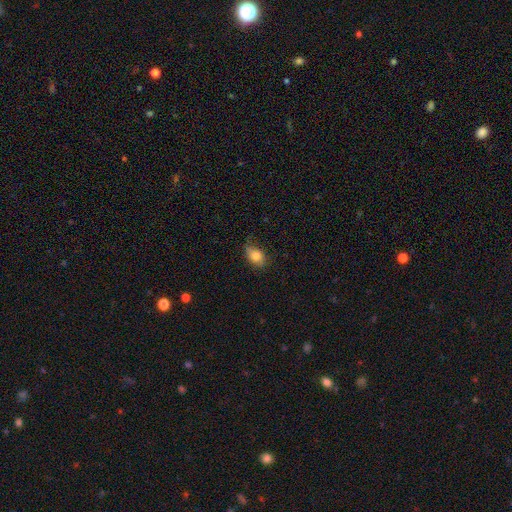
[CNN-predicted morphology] smooth_or_featured: smooth (p=0.80) [alt: featured or disk p=0.11]
how_rounded: in between (p=0.77) [alt: round p=0.21]
merging: none (p=0.58) [alt: minor disturbance p=0.32]